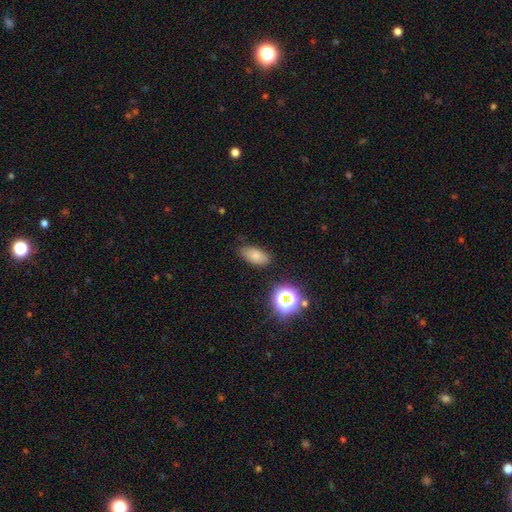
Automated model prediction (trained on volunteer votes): Morphology: type=smooth (74%); roundness=in between (87%); merging=none (80%).